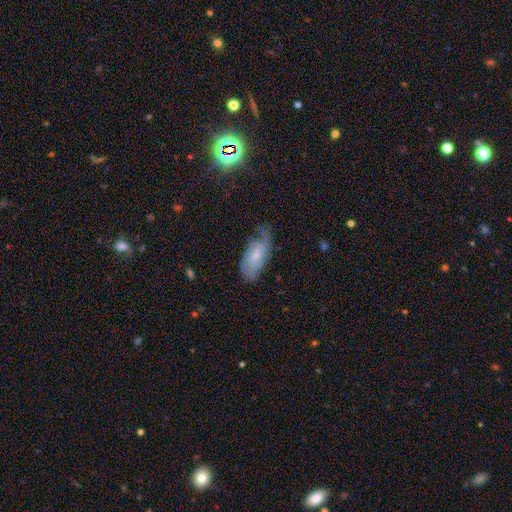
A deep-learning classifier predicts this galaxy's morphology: smooth 47%, featured or disk 45%, star or artifact 7%. Down the decision tree: merging — none (51%).